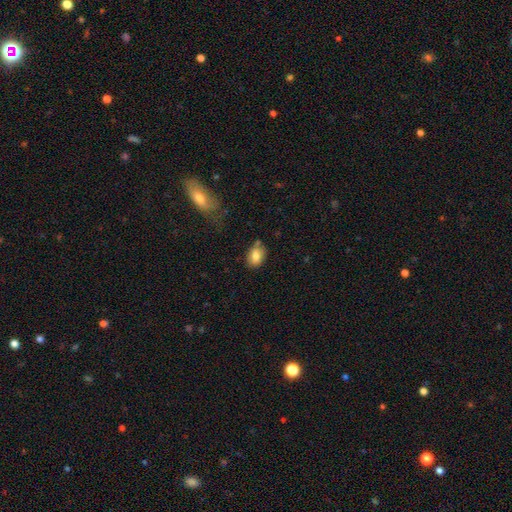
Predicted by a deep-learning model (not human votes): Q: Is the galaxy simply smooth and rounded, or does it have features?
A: smooth — 80%.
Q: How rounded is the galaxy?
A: in between — 77%.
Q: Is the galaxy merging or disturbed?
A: none — 71%.